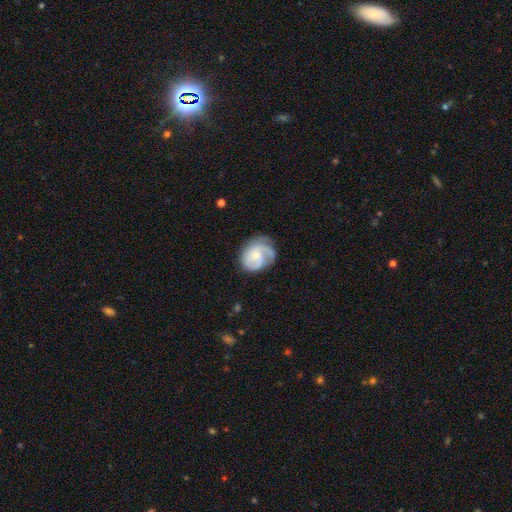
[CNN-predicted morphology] This appears to be a featured or disk galaxy (68%) with no bar (70%), 3 (29%) tight (44%) spiral arms (91%) and a small central bulge (54%). Merging: none (60%).